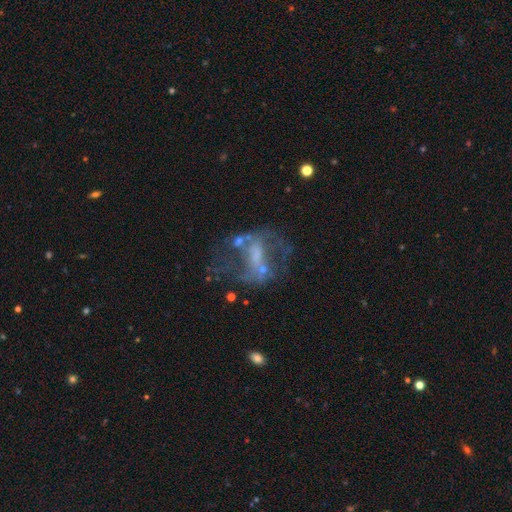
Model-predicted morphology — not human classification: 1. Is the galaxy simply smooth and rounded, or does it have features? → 70% featured or disk, 16% smooth, 14% star or artifact.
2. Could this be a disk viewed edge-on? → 96% no, 4% yes.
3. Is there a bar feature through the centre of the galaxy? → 42% no, 37% weak, 21% strong.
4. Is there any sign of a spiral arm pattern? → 54% no, 46% yes.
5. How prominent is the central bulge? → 39% none, 33% small, 23% moderate, 4% large, 1% dominant.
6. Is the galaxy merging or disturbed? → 40% none, 33% major disturbance, 16% minor disturbance, 12% merger.